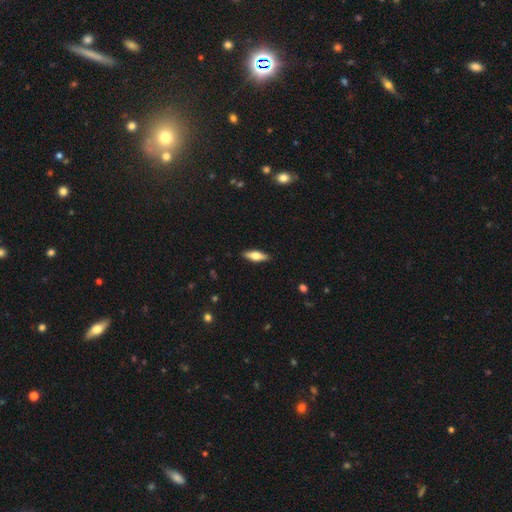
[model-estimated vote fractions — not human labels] smooth 53%, featured or disk 41%, star or artifact 6%. Down the decision tree: how rounded — in between (51%); merging — none (90%).